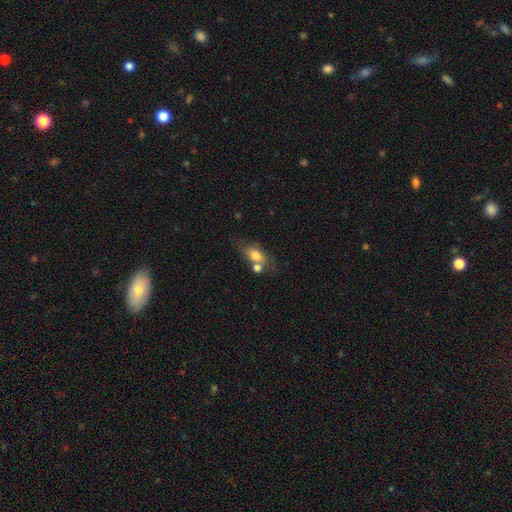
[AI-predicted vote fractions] Smooth or featured: smooth — 73% (featured or disk — 18%)
How rounded: in between — 78% (round — 16%)
Merging: none — 48% (merger — 30%)